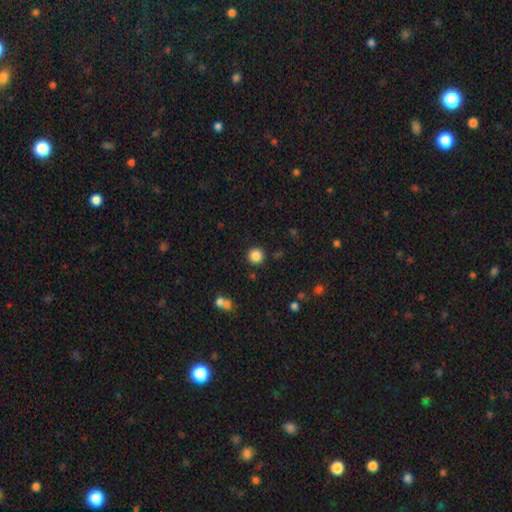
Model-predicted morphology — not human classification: smooth_or_featured: smooth (p=0.86) [alt: star or artifact p=0.11]
how_rounded: round (p=0.94) [alt: in between p=0.05]
merging: none (p=0.90) [alt: minor disturbance p=0.06]